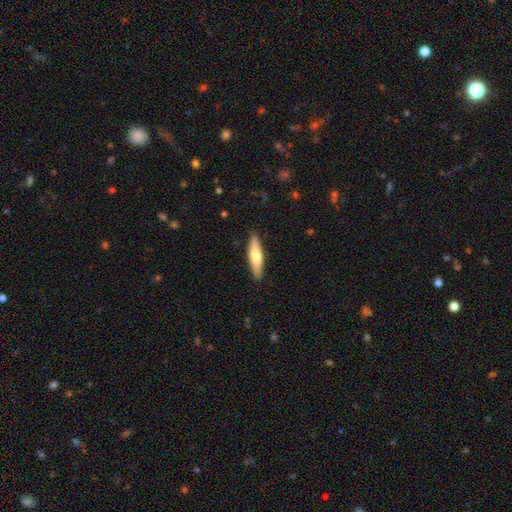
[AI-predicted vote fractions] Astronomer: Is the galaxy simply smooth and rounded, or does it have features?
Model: smooth — 65%.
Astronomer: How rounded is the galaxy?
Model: cigar-shaped — 73%.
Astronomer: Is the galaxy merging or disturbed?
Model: none — 89%.